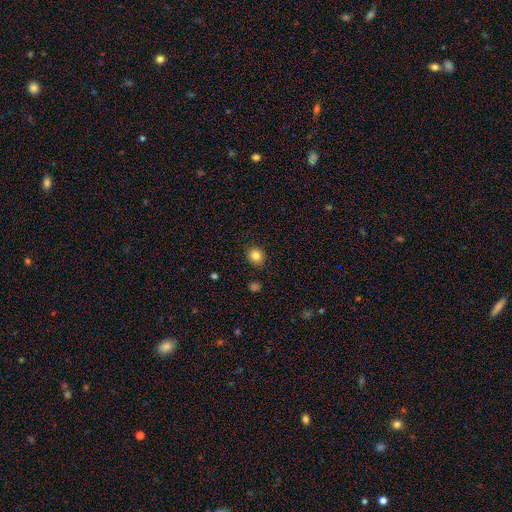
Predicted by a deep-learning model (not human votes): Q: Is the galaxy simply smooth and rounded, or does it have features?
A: smooth — 83%.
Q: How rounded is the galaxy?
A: round — 77%.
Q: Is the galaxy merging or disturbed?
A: none — 89%.